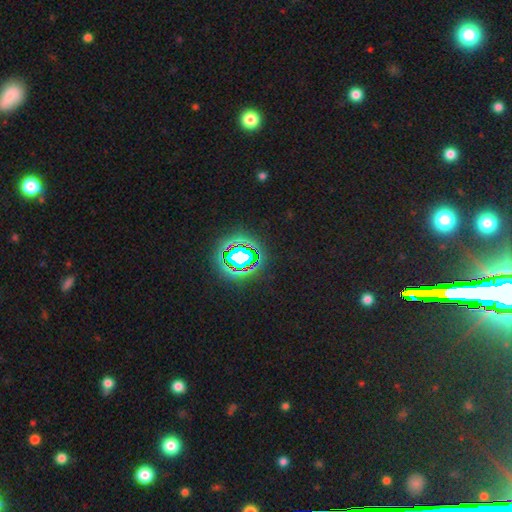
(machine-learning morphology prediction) A star or artifact, not a galaxy (77%).

Vote fractions:
- Smooth or featured? star or artifact: 77% / smooth: 13% / featured or disk: 10%